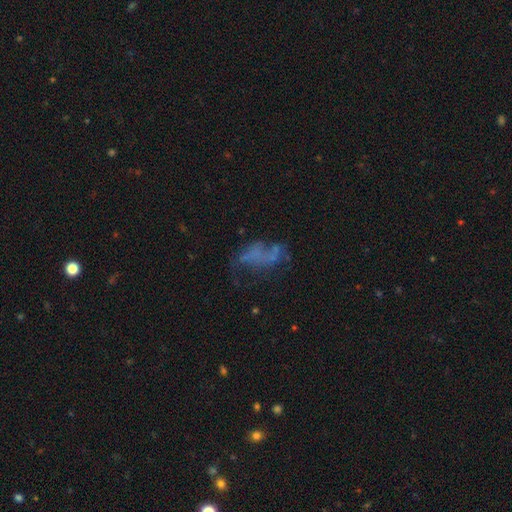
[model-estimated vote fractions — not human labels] Smooth or featured: featured or disk — 52% (smooth — 29%)
Edge-on disk: no — 96% (yes — 4%)
Merging: major disturbance — 38% (none — 35%)